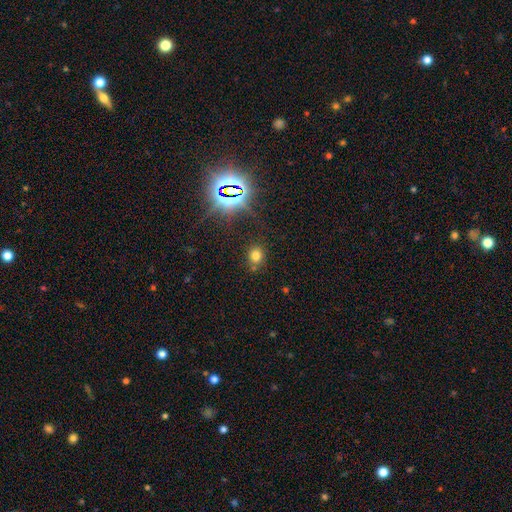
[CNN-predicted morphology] Smooth or featured: smooth — 68% (star or artifact — 24%)
How rounded: round — 74% (in between — 25%)
Merging: none — 78% (minor disturbance — 11%)